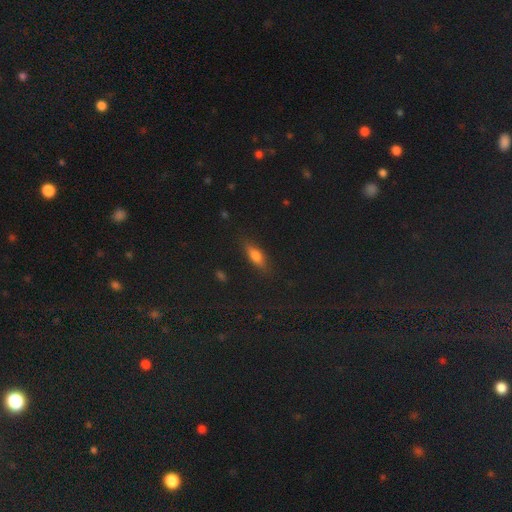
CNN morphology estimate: This is likely a smooth galaxy (63%). How rounded: possibly in between (56%). Merging: clearly none (84%).